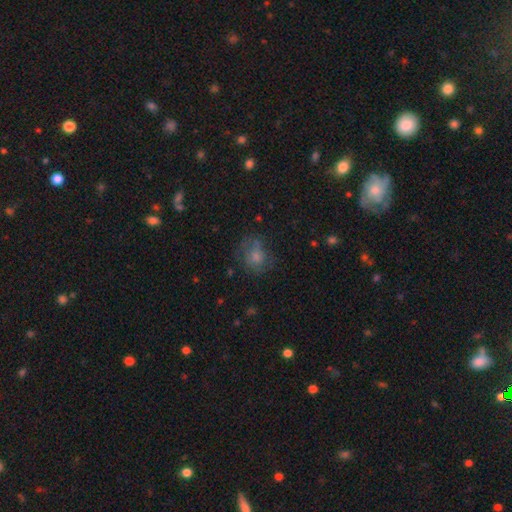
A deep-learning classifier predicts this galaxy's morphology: Smooth or featured?
  - smooth: 64% *
  - featured or disk: 23%
  - star or artifact: 13%
How rounded?
  - round: 60% *
  - in between: 39%
  - cigar-shaped: 1%
Merging?
  - none: 51% *
  - minor disturbance: 24%
  - major disturbance: 22%
  - merger: 3%